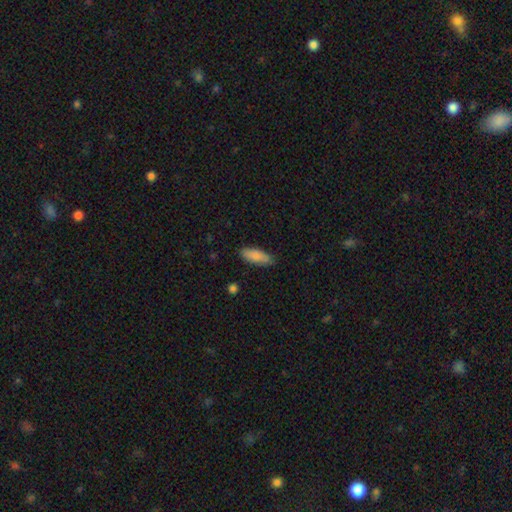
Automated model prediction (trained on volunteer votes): A smooth galaxy with no disk features (87%) that is in between round and cigar-shaped (66%). Merging: none (84%).